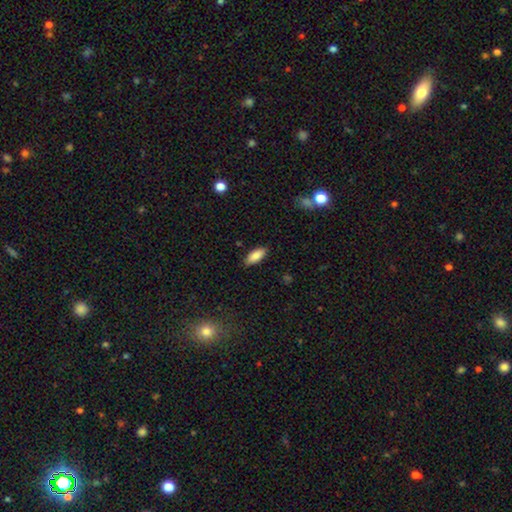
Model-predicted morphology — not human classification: Smooth or featured: smooth — 85% (featured or disk — 8%)
How rounded: in between — 83% (cigar-shaped — 15%)
Merging: none — 87% (minor disturbance — 10%)